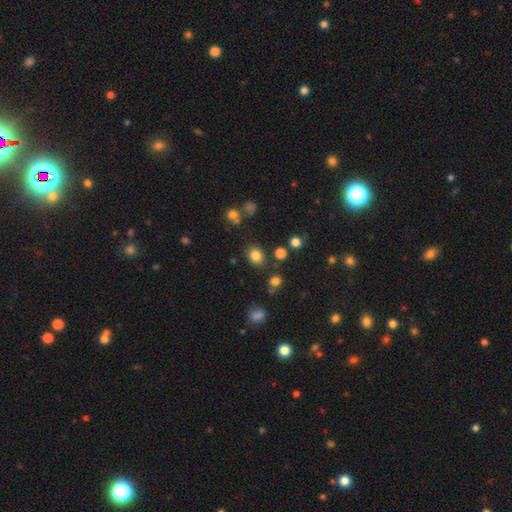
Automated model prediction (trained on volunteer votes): smooth-or-featured: smooth: 82% | star or artifact: 13% | featured or disk: 5%
  how-rounded: round: 61% | in between: 39% | cigar-shaped: 1%
  merging: none: 81% | minor disturbance: 11% | merger: 5% | major disturbance: 4%